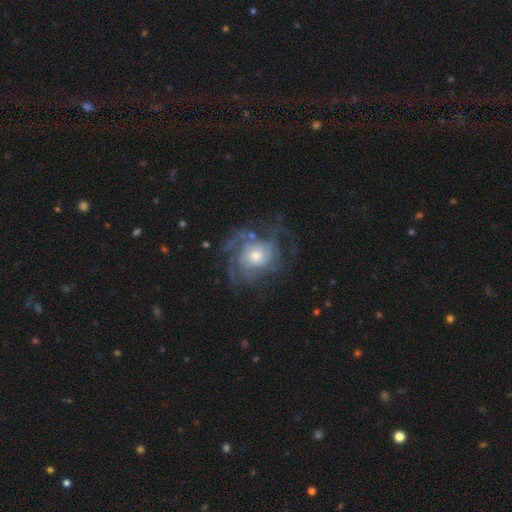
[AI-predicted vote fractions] smooth-or-featured: featured or disk: 76% | smooth: 16% | star or artifact: 9%
  disk-edge-on: no: 97% | yes: 3%
    bar: no: 81% | weak: 16% | strong: 3%
    has-spiral-arms: yes: 82% | no: 18%
      spiral-winding: tight: 52% | medium: 32% | loose: 16%
      spiral-arm-count: can't tell: 47% | 4: 15% | 3: 13% | more than 4: 10% | 2: 9% | 1: 6%
    bulge-size: moderate: 55% | small: 29% | large: 13% | none: 2% | dominant: 1%
  merging: none: 60% | major disturbance: 20% | minor disturbance: 18% | merger: 2%